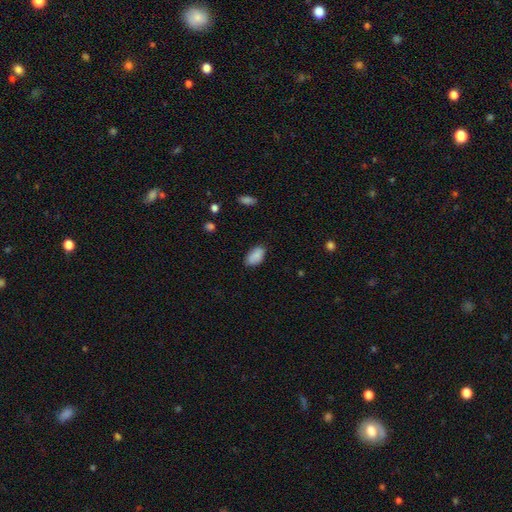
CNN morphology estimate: This appears to be a smooth galaxy with no disk features (87%) that is in between round and cigar-shaped (93%). Merging: none (80%).